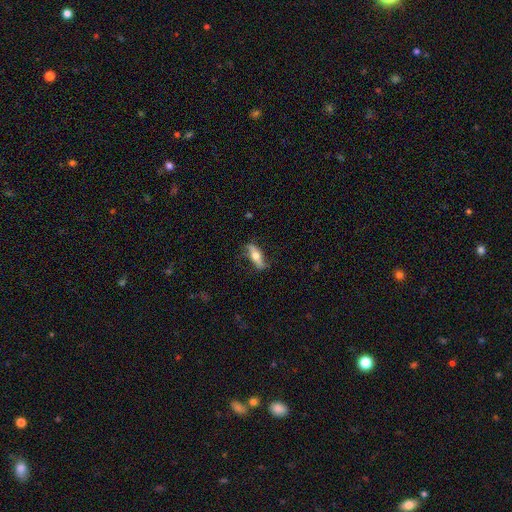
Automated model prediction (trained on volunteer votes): This appears to be a featured or disk galaxy (50%) viewed edge-on (66%). Merging: none (76%).